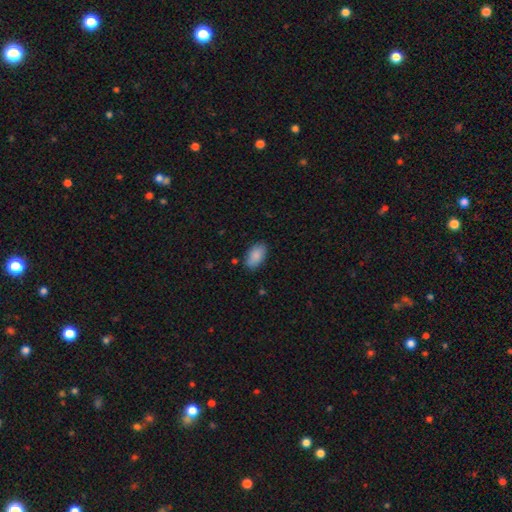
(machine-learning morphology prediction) Smooth or featured? smooth (89%)
How rounded? in between (94%)
Merging? none (84%)